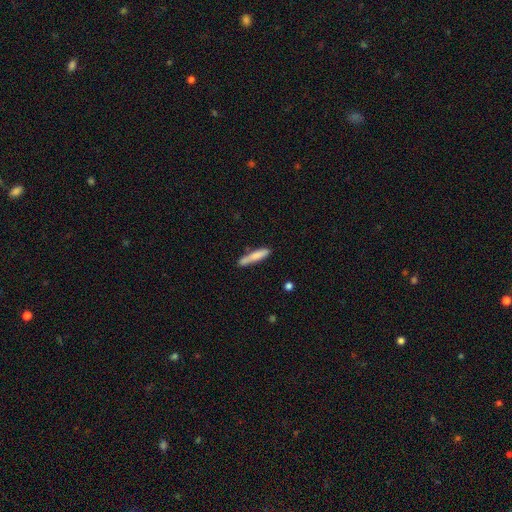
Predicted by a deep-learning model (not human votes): smooth 78%, featured or disk 16%, star or artifact 6%. Down the decision tree: how rounded — cigar-shaped (88%); merging — none (68%).